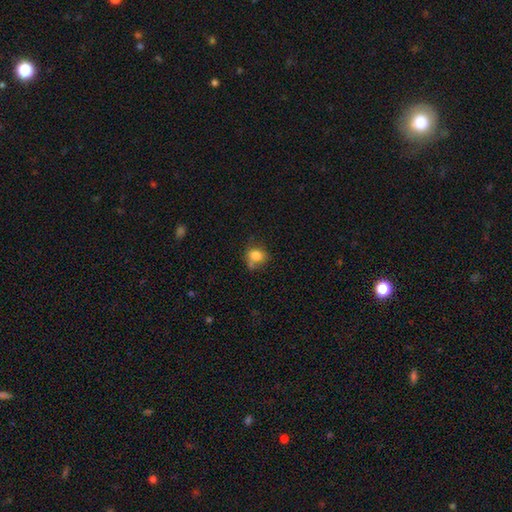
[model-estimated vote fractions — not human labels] smooth-or-featured: smooth: 80% | star or artifact: 11% | featured or disk: 10%
  how-rounded: round: 61% | in between: 38% | cigar-shaped: 1%
  merging: none: 50% | minor disturbance: 25% | merger: 16% | major disturbance: 10%